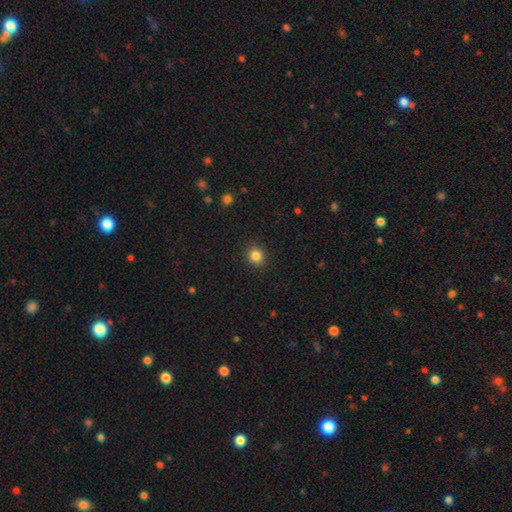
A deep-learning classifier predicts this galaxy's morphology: smooth-or-featured: smooth: 84% | star or artifact: 12% | featured or disk: 4%
  how-rounded: round: 90% | in between: 9% | cigar-shaped: 1%
  merging: none: 91% | minor disturbance: 6% | major disturbance: 2% | merger: 1%